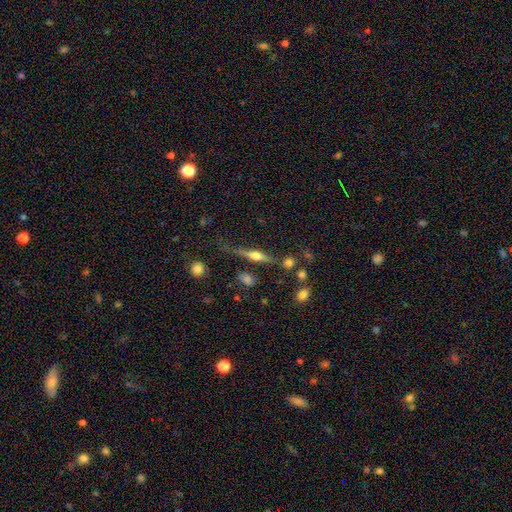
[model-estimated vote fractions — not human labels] Smooth or featured? featured or disk (59%)
Edge-on disk? yes (94%)
Edge-on bulge? rounded (88%)
Merging? none (67%)